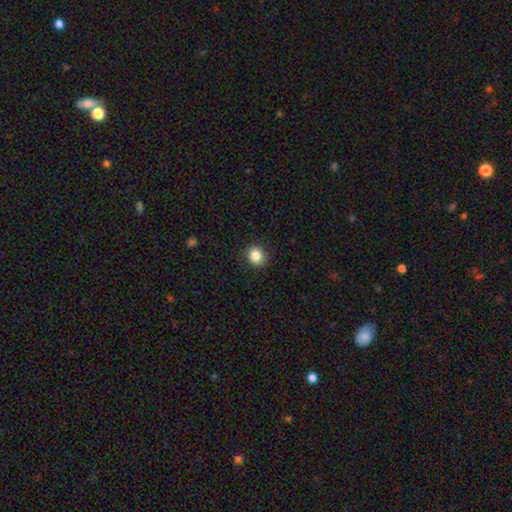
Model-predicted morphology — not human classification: The model was most divided on "how rounded": round: 84%, in between: 15%, cigar-shaped: 1%. More confident: merging — none (90%); smooth or featured — smooth (85%).